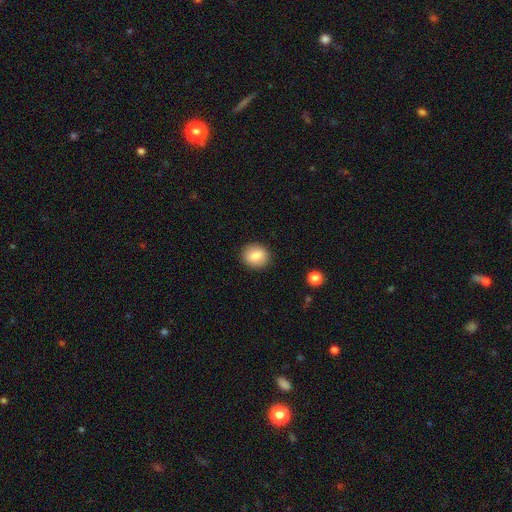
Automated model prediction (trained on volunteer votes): smooth-or-featured: smooth: 81% | featured or disk: 10% | star or artifact: 9%
  how-rounded: round: 76% | in between: 23% | cigar-shaped: 1%
  merging: none: 90% | minor disturbance: 7% | major disturbance: 2% | merger: 1%